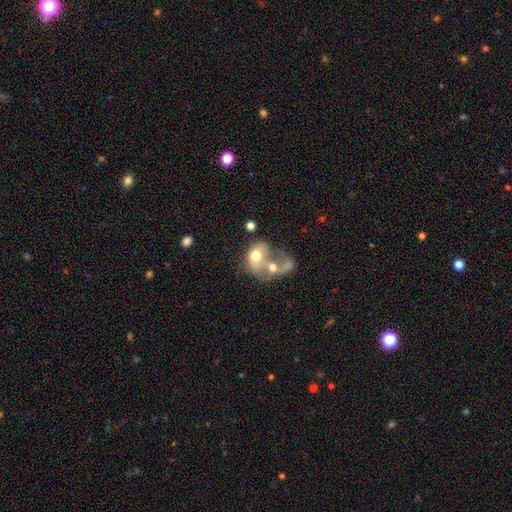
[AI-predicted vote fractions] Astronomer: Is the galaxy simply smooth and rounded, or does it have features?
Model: smooth — 60%.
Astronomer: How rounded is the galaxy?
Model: in between — 63%.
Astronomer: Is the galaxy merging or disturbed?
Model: merger — 72%.